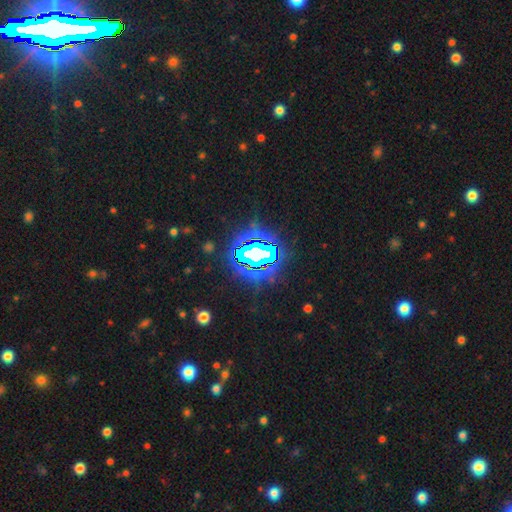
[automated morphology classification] Smooth or featured? star or artifact (77%)